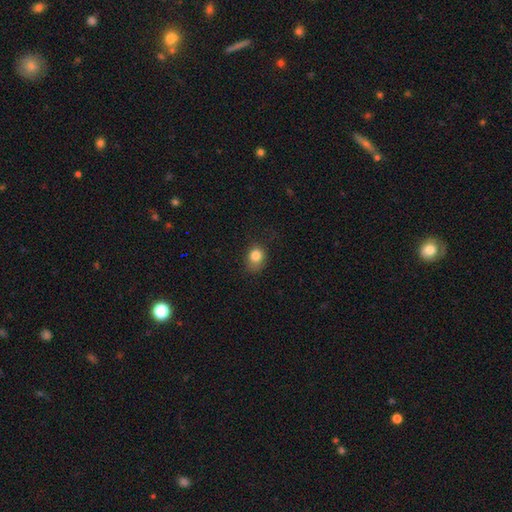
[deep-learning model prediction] This is clearly a smooth galaxy (82%). How rounded: possibly round (58%). Merging: likely none (61%).